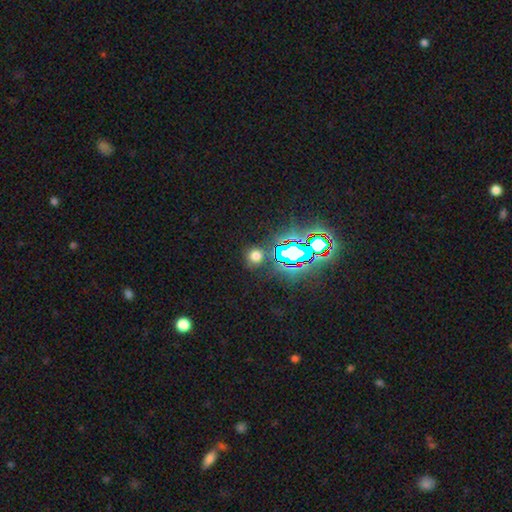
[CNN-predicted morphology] smooth 59%, star or artifact 35%, featured or disk 6%. Down the decision tree: how rounded — round (88%); merging — none (84%).